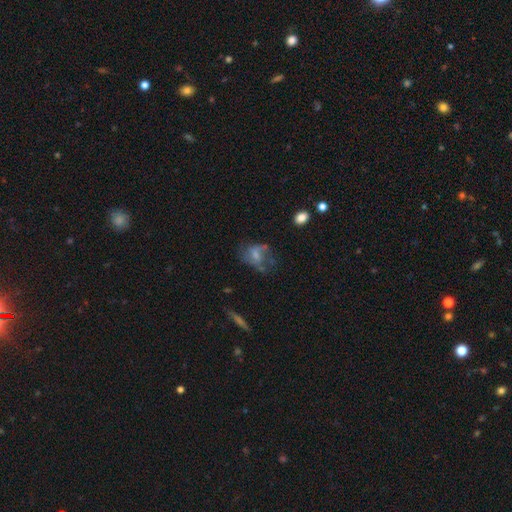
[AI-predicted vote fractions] This is possibly a featured or disk galaxy (46%). Merging: marginally none (39%).